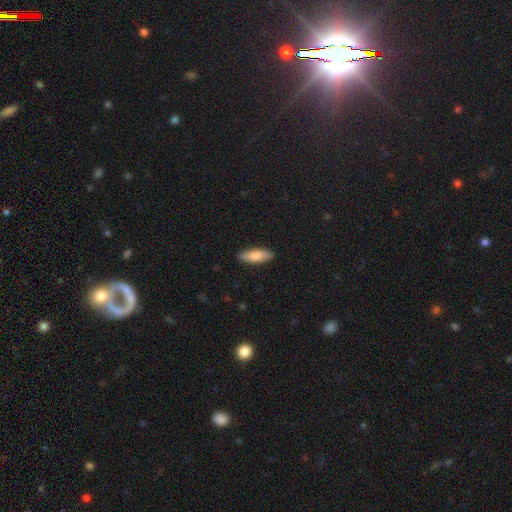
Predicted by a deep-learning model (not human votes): Q: Smooth or featured?
A: smooth (81%); runner-up: featured or disk (13%)
Q: How rounded?
A: in between (56%); runner-up: cigar-shaped (43%)
Q: Merging?
A: none (89%); runner-up: minor disturbance (8%)